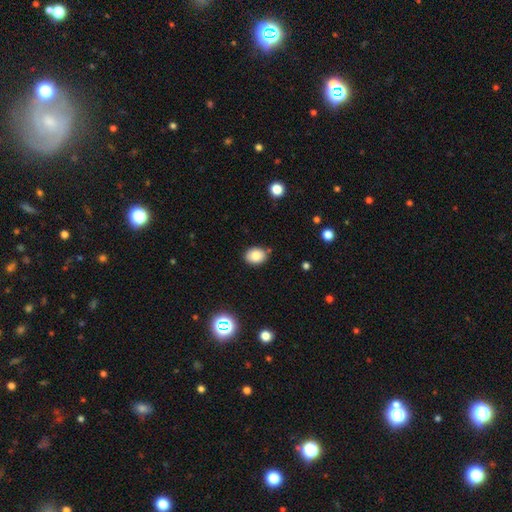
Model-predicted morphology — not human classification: smooth_or_featured: smooth (p=0.82) [alt: star or artifact p=0.10]
how_rounded: in between (p=0.59) [alt: round p=0.40]
merging: none (p=0.83) [alt: minor disturbance p=0.11]